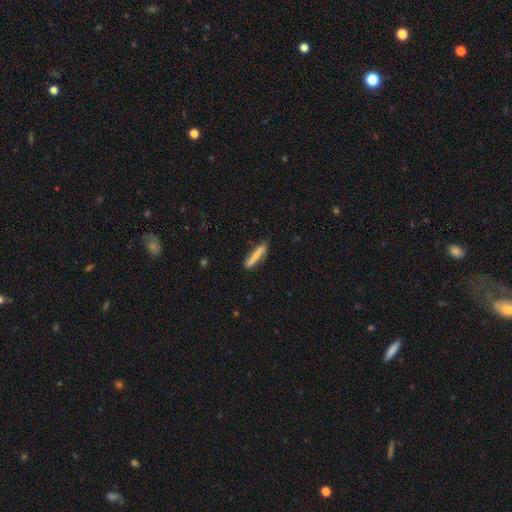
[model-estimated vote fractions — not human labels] A smooth galaxy with no disk features (68%) that is cigar-shaped (89%). Merging: none (77%).